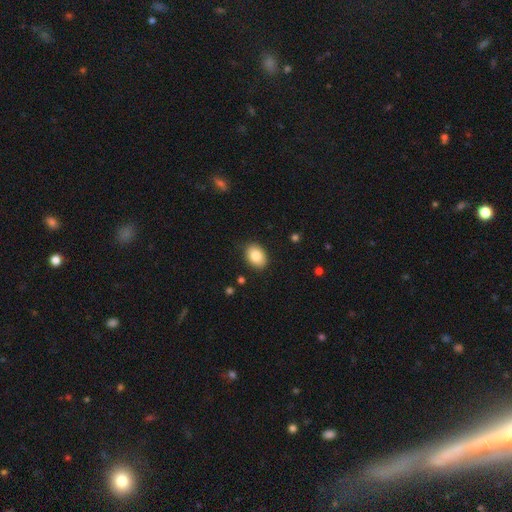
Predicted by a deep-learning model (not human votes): Q: Smooth or featured?
A: smooth (84%); runner-up: featured or disk (8%)
Q: How rounded?
A: in between (80%); runner-up: round (19%)
Q: Merging?
A: none (87%); runner-up: minor disturbance (10%)